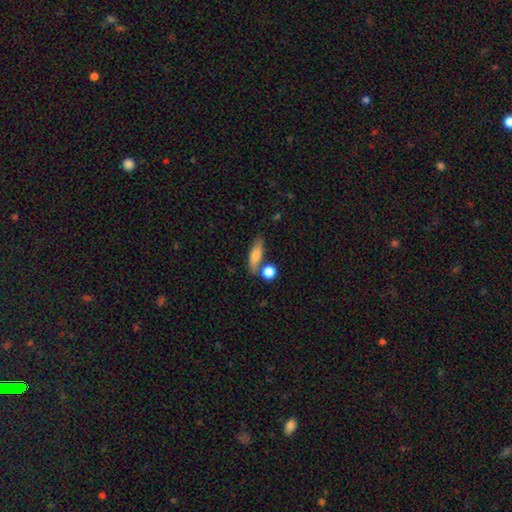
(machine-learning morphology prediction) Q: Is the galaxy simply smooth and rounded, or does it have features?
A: smooth — 73%.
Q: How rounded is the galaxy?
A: in between — 47%.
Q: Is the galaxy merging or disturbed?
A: none — 64%.